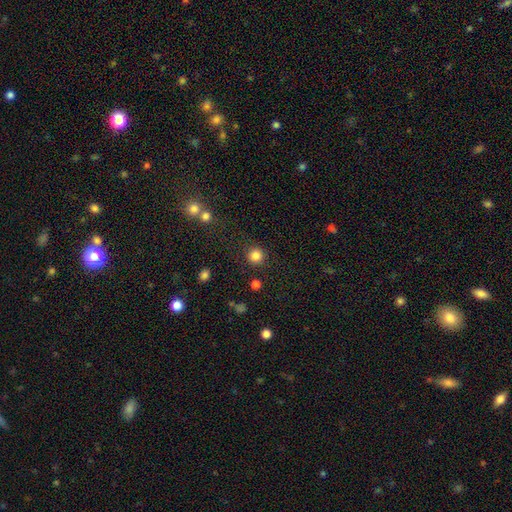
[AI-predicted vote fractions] This is clearly a smooth galaxy (84%). How rounded: clearly round (94%). Merging: clearly none (89%).